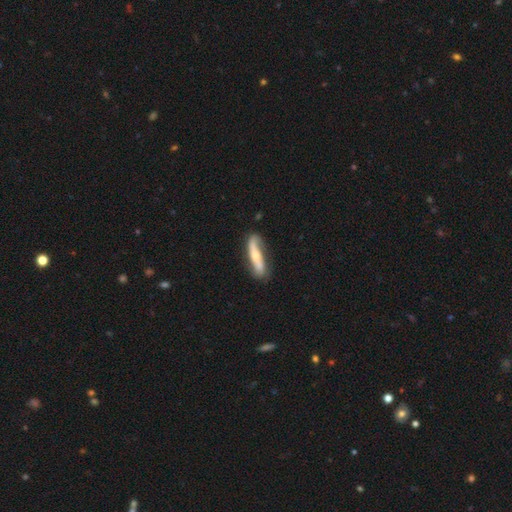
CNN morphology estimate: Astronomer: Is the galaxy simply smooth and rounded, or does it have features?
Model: featured or disk — 61%.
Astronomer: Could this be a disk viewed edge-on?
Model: no — 54% (runner-up: yes, 46%).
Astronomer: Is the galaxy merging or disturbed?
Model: none — 69%.